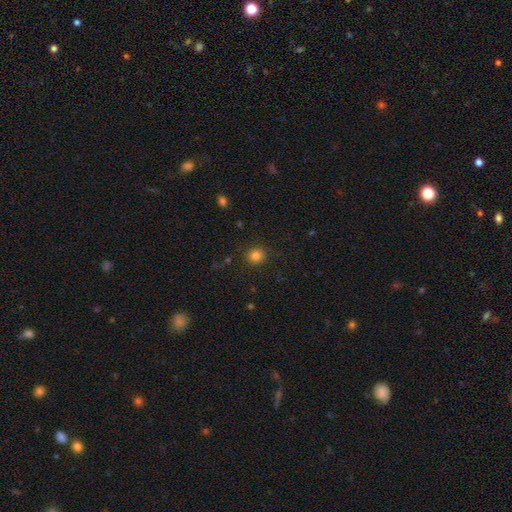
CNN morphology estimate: This appears to be a smooth galaxy with no disk features (82%) that is round (88%). Merging: none (90%).